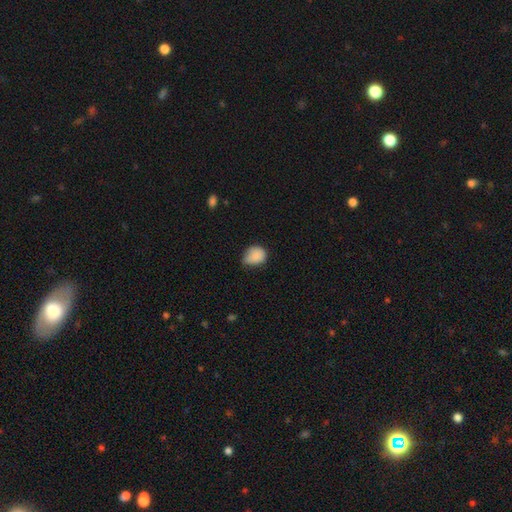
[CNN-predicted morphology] type=smooth (84%); roundness=round (53%); merging=minor disturbance (46%).